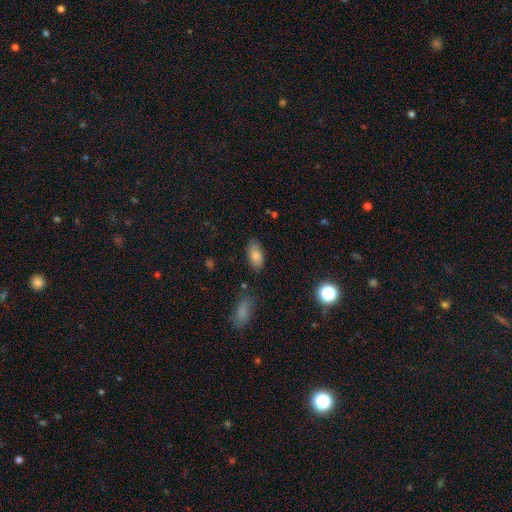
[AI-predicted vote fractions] Smooth or featured: smooth — 81% (featured or disk — 11%)
How rounded: in between — 93% (cigar-shaped — 4%)
Merging: none — 81% (minor disturbance — 13%)